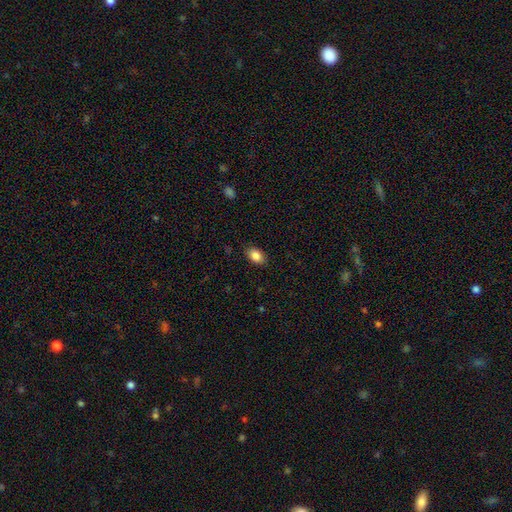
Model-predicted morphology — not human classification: Smooth or featured? smooth (86%)
How rounded? in between (88%)
Merging? none (87%)